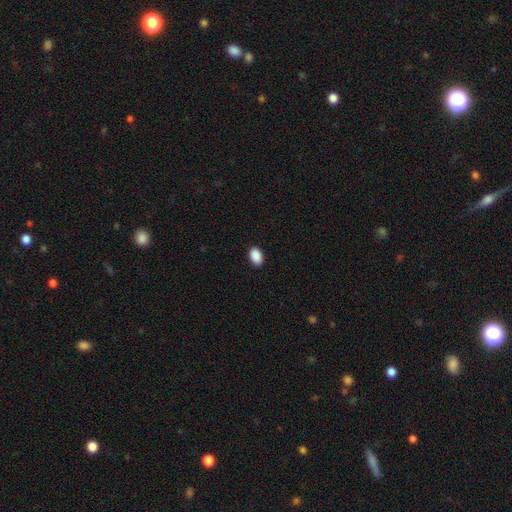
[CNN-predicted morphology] The model was most divided on "how rounded": in between: 88%, round: 11%, cigar-shaped: 1%. More confident: smooth or featured — smooth (91%); merging — none (90%).